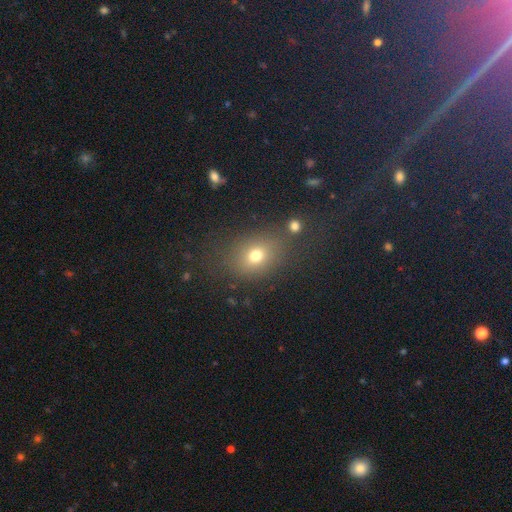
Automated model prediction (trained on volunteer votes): Smooth or featured? smooth (73%)
How rounded? in between (53%)
Merging? none (71%)